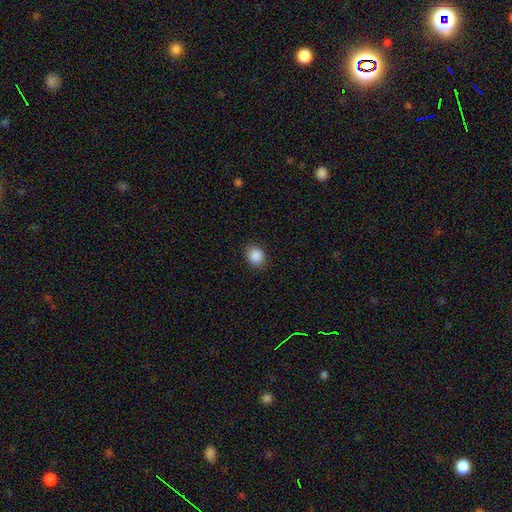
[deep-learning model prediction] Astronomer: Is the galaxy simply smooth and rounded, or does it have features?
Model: smooth — 89%.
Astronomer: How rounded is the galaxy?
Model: round — 60% (runner-up: in between, 39%).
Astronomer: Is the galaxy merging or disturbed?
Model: none — 89%.